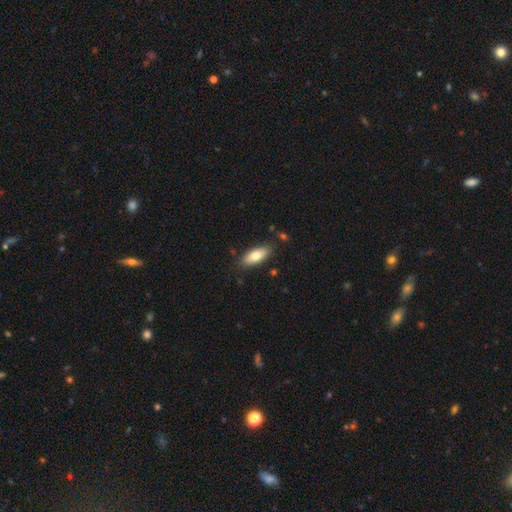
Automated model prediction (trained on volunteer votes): Smooth or featured?
  - smooth: 77% *
  - featured or disk: 17%
  - star or artifact: 6%
How rounded?
  - in between: 81% *
  - cigar-shaped: 17%
  - round: 2%
Merging?
  - none: 85% *
  - minor disturbance: 11%
  - major disturbance: 2%
  - merger: 2%